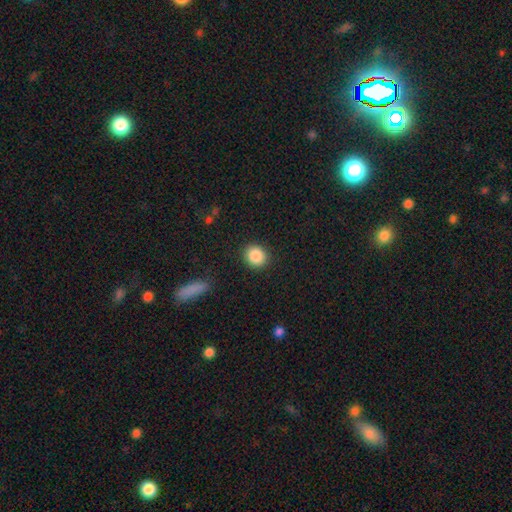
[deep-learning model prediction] The model was most divided on "how rounded": round: 76%, in between: 23%, cigar-shaped: 1%. More confident: merging — none (90%); smooth or featured — smooth (87%).